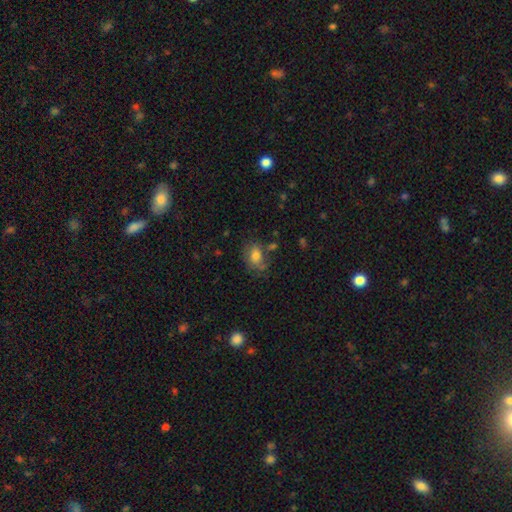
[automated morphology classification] Q: Smooth or featured?
A: smooth (72%); runner-up: featured or disk (18%)
Q: How rounded?
A: in between (75%); runner-up: round (23%)
Q: Merging?
A: none (55%); runner-up: minor disturbance (25%)